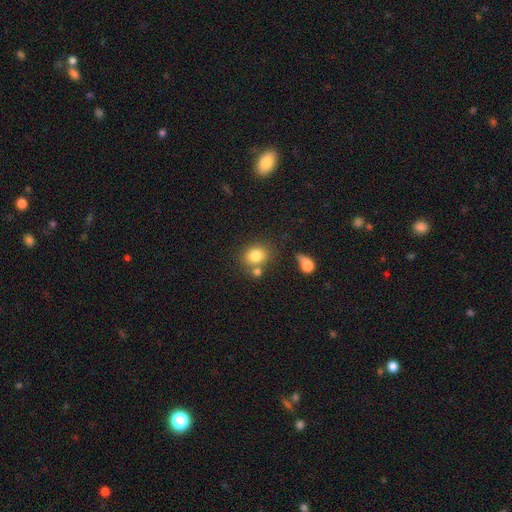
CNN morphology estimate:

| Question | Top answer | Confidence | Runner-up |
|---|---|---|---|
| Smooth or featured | smooth | 82% | star or artifact (10%) |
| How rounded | round | 61% | in between (38%) |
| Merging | none | 62% | merger (21%) |